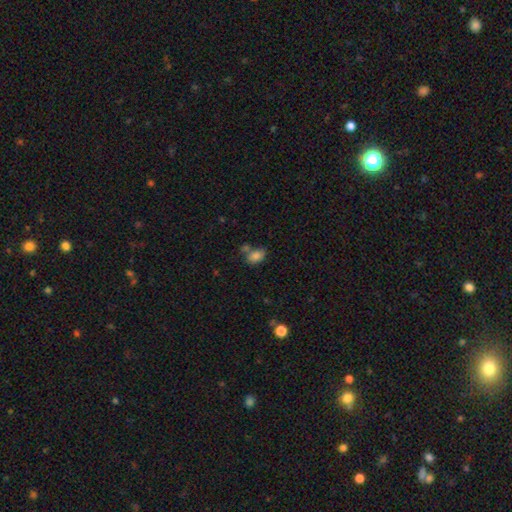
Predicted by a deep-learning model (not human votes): smooth_or_featured: smooth (p=0.82) [alt: star or artifact p=0.10]
how_rounded: in between (p=0.83) [alt: round p=0.15]
merging: none (p=0.48) [alt: merger p=0.27]